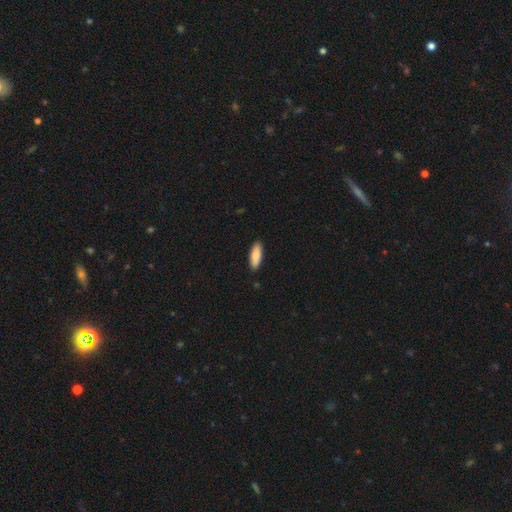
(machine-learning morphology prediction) Q: Smooth or featured?
A: smooth (85%); runner-up: featured or disk (9%)
Q: How rounded?
A: in between (62%); runner-up: cigar-shaped (36%)
Q: Merging?
A: none (89%); runner-up: minor disturbance (8%)